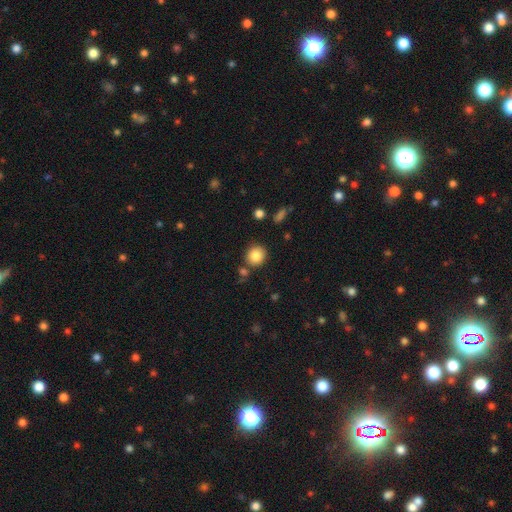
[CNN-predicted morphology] Smooth or featured: smooth — 86% (star or artifact — 9%)
How rounded: round — 88% (in between — 11%)
Merging: none — 80% (minor disturbance — 9%)